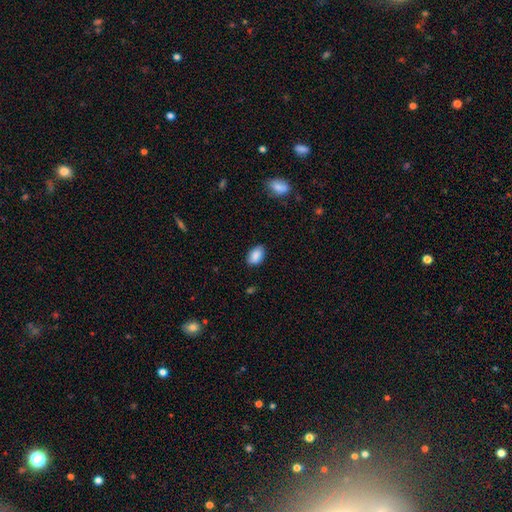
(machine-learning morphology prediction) Q: Smooth or featured?
A: smooth (88%); runner-up: star or artifact (7%)
Q: How rounded?
A: in between (89%); runner-up: round (9%)
Q: Merging?
A: none (83%); runner-up: minor disturbance (13%)